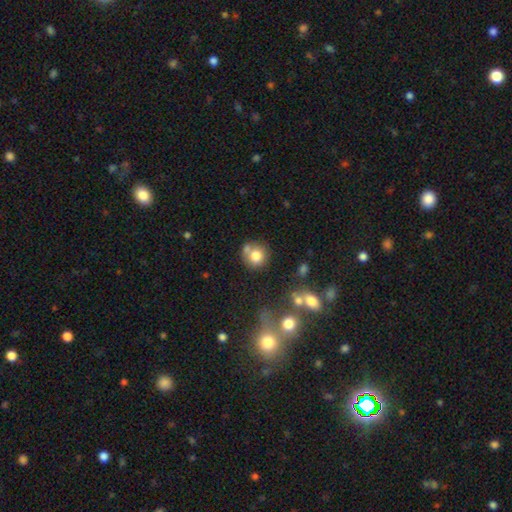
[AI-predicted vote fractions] smooth 76%, featured or disk 13%, star or artifact 11%. Down the decision tree: how rounded — round (86%); merging — none (54%).